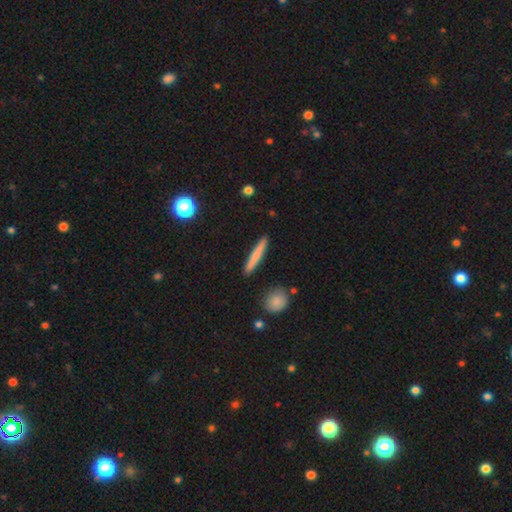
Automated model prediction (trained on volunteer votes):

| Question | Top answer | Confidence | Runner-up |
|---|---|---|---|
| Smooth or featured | smooth | 71% | featured or disk (23%) |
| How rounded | cigar-shaped | 95% | in between (4%) |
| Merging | none | 91% | minor disturbance (6%) |